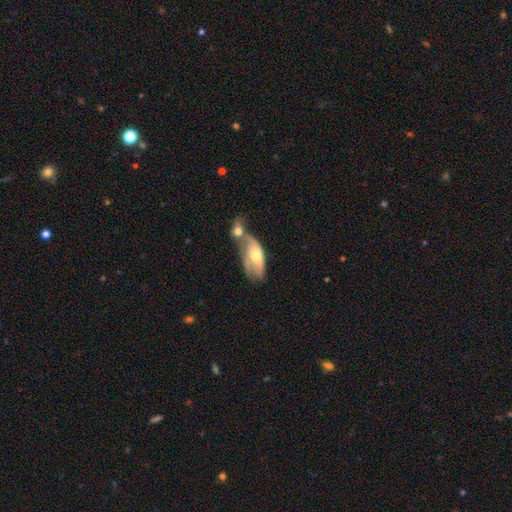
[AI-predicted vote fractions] featured or disk 49%, smooth 46%, star or artifact 6%. Down the decision tree: merging — merger (59%).